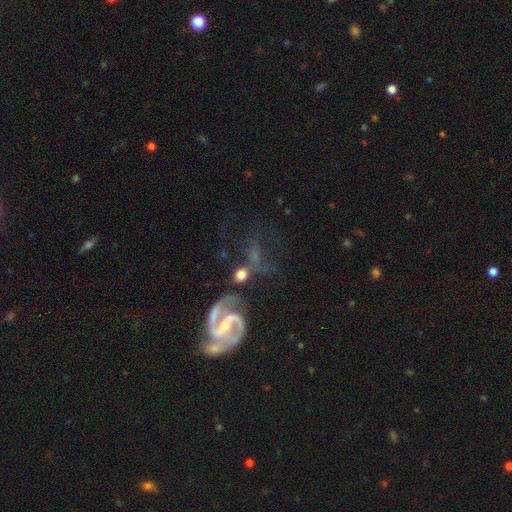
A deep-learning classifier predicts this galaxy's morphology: Smooth or featured?
  - featured or disk: 76% *
  - smooth: 12%
  - star or artifact: 11%
Edge-on disk?
  - no: 96% *
  - yes: 4%
Bar?
  - weak: 44% *
  - no: 29%
  - strong: 27%
Spiral arms?
  - yes: 91% *
  - no: 9%
Spiral winding?
  - medium: 45% *
  - loose: 37%
  - tight: 18%
Spiral arm count?
  - 2: 85% *
  - can't tell: 6%
  - 1: 4%
  - 3: 3%
  - 4: 1%
  - more than 4: 1%
Bulge size?
  - small: 59% *
  - moderate: 25%
  - none: 13%
  - large: 2%
  - dominant: 1%
Merging?
  - none: 37% *
  - merger: 28%
  - major disturbance: 18%
  - minor disturbance: 17%